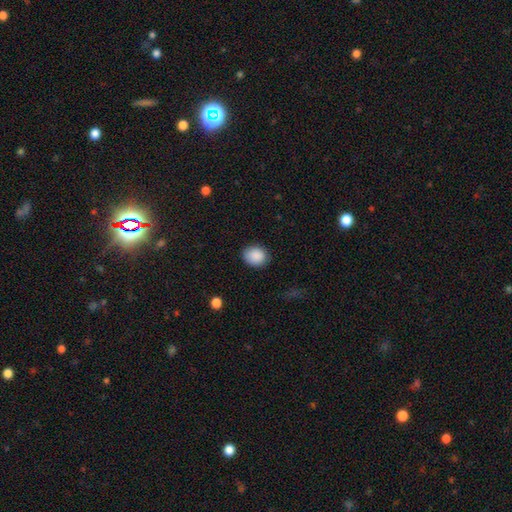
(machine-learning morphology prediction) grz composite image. It shows a smooth galaxy with no disk features (89%) that is round (55%). Merging: none (84%).